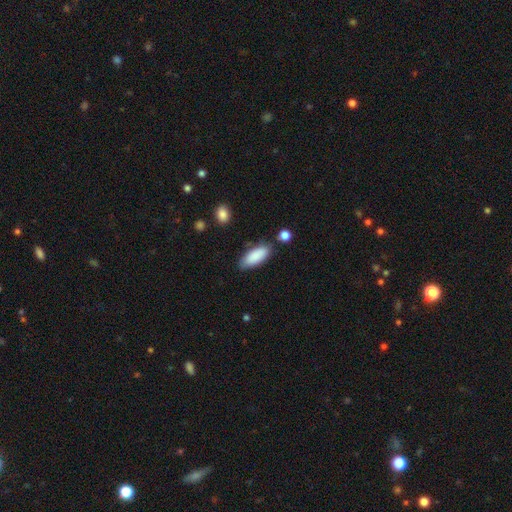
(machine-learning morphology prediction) Overall: smooth (88%). How rounded: in between (78%). Merging: none (77%).